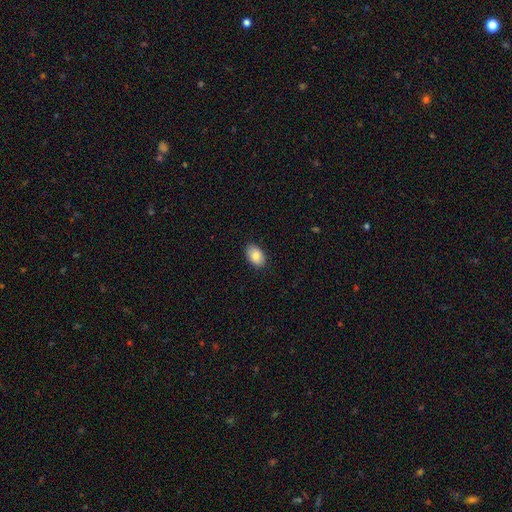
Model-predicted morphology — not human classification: This appears to be a smooth galaxy with no disk features (85%) that is in between round and cigar-shaped (89%). Merging: none (88%).